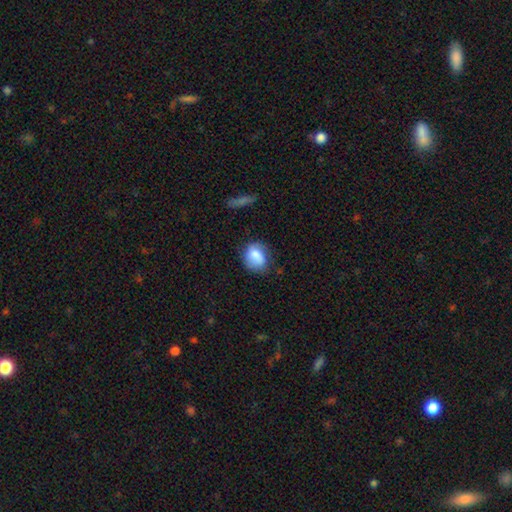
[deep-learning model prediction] Smooth or featured?
  - smooth: 80% *
  - featured or disk: 12%
  - star or artifact: 8%
How rounded?
  - in between: 51% *
  - round: 48%
  - cigar-shaped: 1%
Merging?
  - none: 57% *
  - minor disturbance: 30%
  - major disturbance: 10%
  - merger: 3%